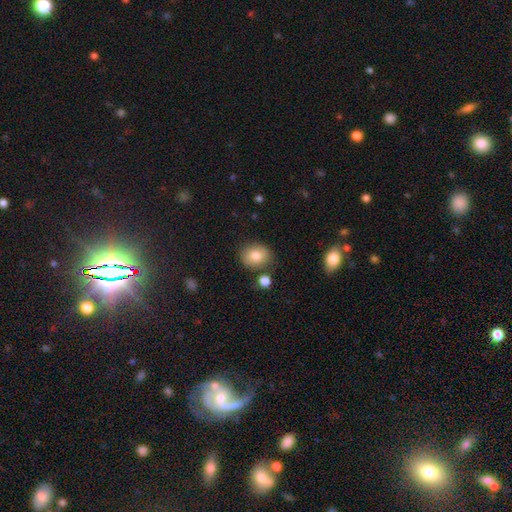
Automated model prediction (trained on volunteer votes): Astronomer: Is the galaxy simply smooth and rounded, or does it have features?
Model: smooth — 81%.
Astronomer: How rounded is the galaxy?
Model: round — 64%.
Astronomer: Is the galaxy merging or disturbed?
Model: none — 78%.